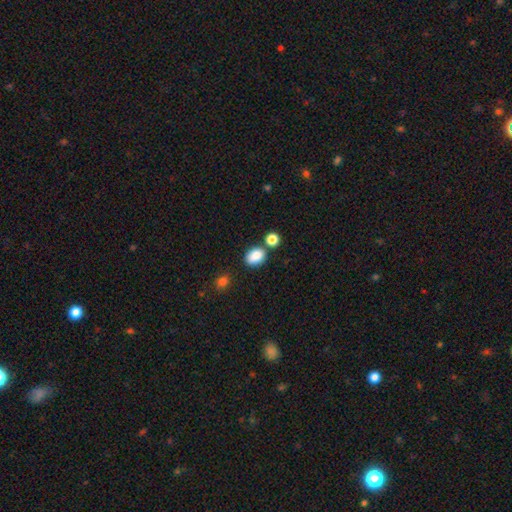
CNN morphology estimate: Q: Smooth or featured?
A: smooth (86%); runner-up: star or artifact (9%)
Q: How rounded?
A: in between (70%); runner-up: round (28%)
Q: Merging?
A: none (70%); runner-up: merger (14%)